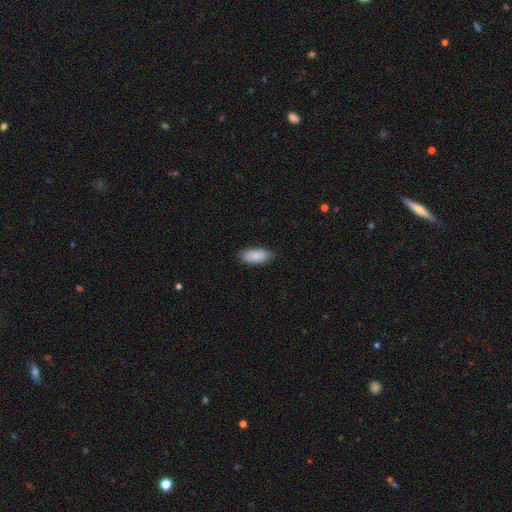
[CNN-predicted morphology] The model was most divided on "merging": none: 84%, minor disturbance: 13%, major disturbance: 2%, merger: 1%. More confident: how rounded — in between (89%); smooth or featured — smooth (86%).